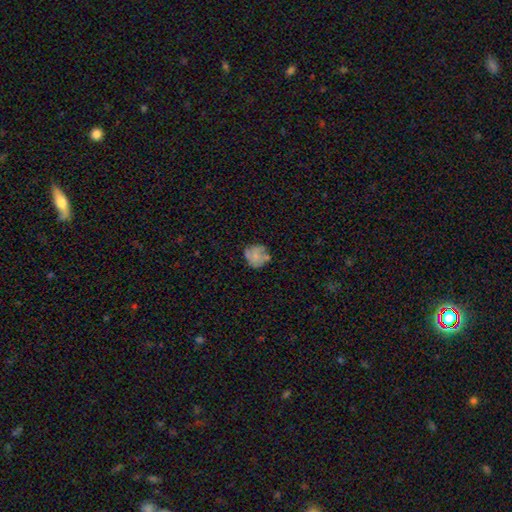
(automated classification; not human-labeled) The model was most divided on "smooth or featured": smooth: 62%, featured or disk: 29%, star or artifact: 10%. More confident: how rounded — round (82%); merging — none (61%).